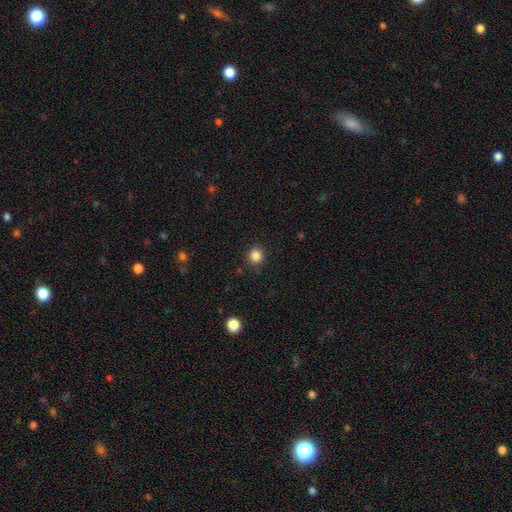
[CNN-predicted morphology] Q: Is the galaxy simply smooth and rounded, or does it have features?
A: smooth — 85%.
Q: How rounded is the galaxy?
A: round — 88%.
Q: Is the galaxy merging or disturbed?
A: none — 89%.